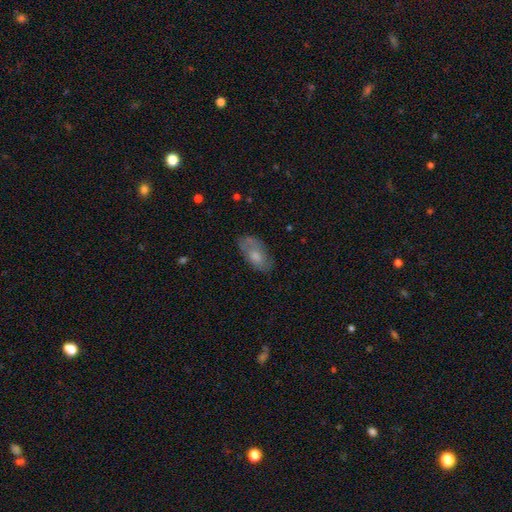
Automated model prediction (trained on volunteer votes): This is likely a smooth galaxy (62%). How rounded: clearly in between (92%). Merging: likely none (63%).